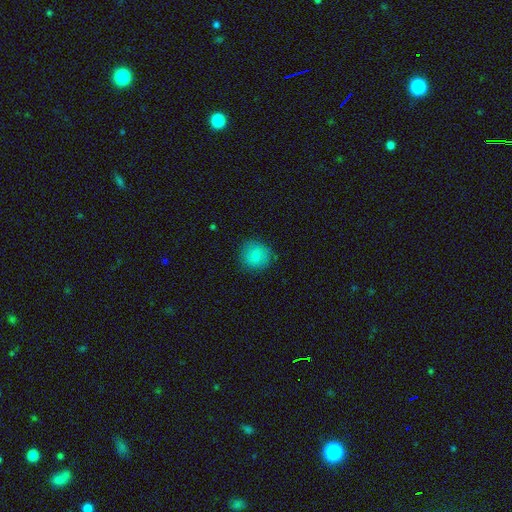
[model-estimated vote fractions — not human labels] Smooth or featured? smooth (82%)
How rounded? round (89%)
Merging? none (84%)